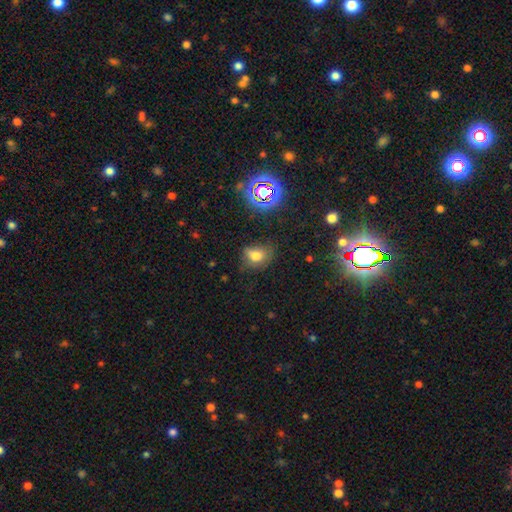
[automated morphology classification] This appears to be a smooth galaxy with no disk features (68%) that is in between round and cigar-shaped (65%). Merging: none (54%).